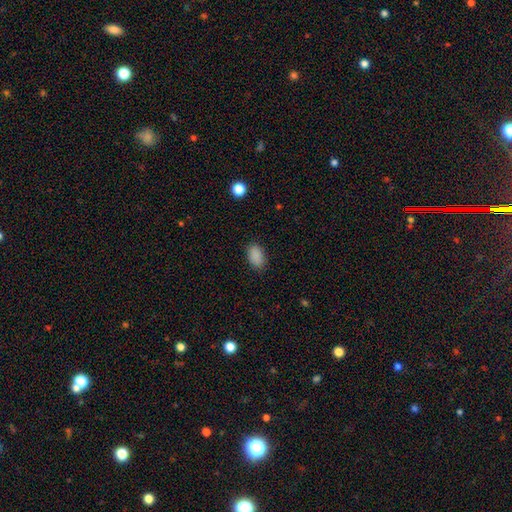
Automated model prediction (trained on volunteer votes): Smooth or featured?
  - smooth: 88% *
  - star or artifact: 9%
  - featured or disk: 3%
How rounded?
  - in between: 91% *
  - round: 7%
  - cigar-shaped: 2%
Merging?
  - none: 85% *
  - minor disturbance: 11%
  - major disturbance: 3%
  - merger: 1%